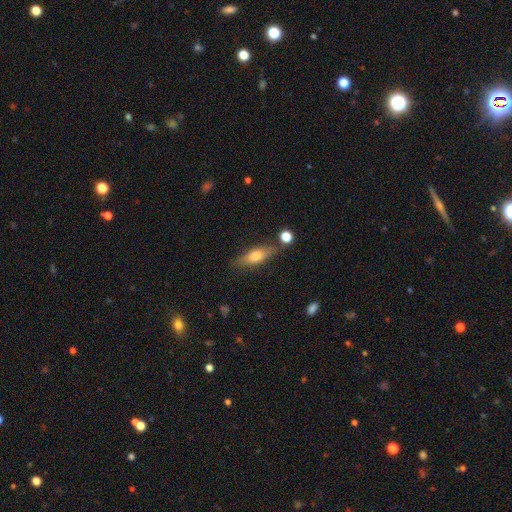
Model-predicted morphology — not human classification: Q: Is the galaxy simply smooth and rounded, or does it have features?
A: smooth — 60%.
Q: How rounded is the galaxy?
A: in between — 50%.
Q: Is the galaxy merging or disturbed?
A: none — 76%.